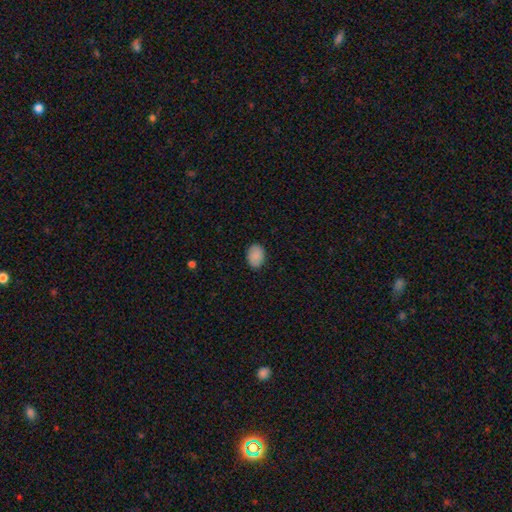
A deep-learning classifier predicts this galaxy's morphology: smooth_or_featured: smooth (p=0.89) [alt: star or artifact p=0.08]
how_rounded: in between (p=0.73) [alt: round p=0.26]
merging: none (p=0.87) [alt: minor disturbance p=0.10]